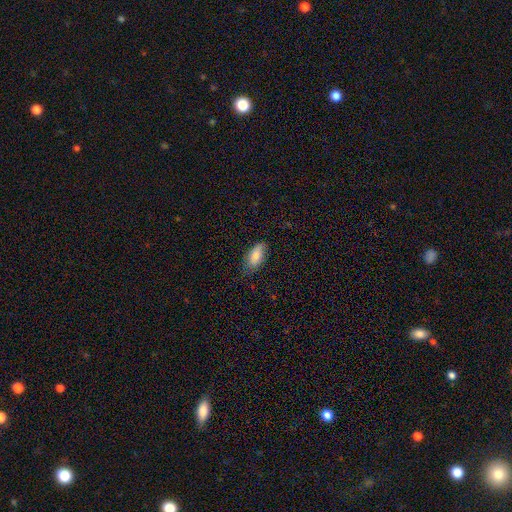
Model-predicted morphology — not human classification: Overall: smooth (82%). How rounded: in between (90%). Merging: none (70%).